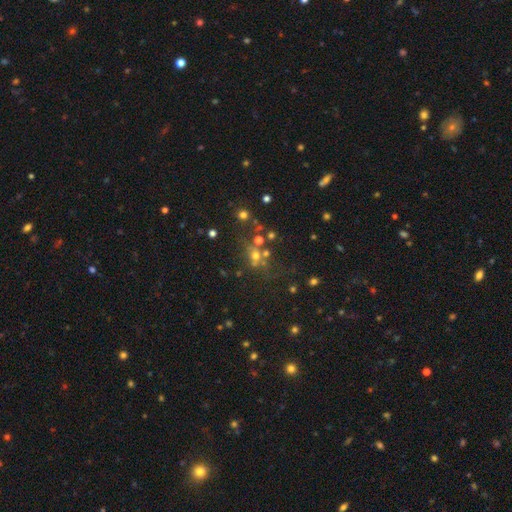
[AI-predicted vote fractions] smooth-or-featured: smooth: 45% | star or artifact: 38% | featured or disk: 17%
  merging: none: 54% | merger: 24% | minor disturbance: 12% | major disturbance: 9%